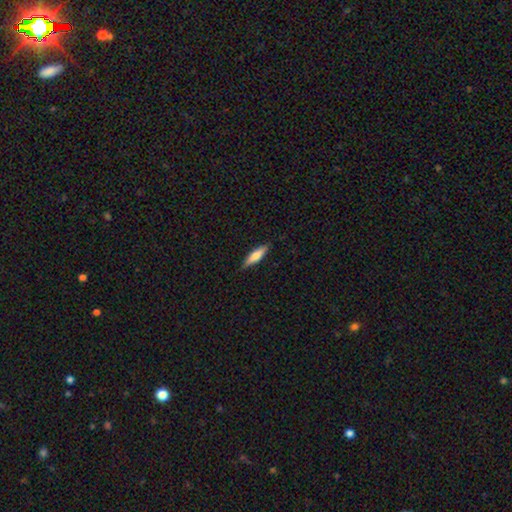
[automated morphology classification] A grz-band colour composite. It shows a smooth galaxy with no disk features (66%) that is cigar-shaped (68%). Merging: none (84%).